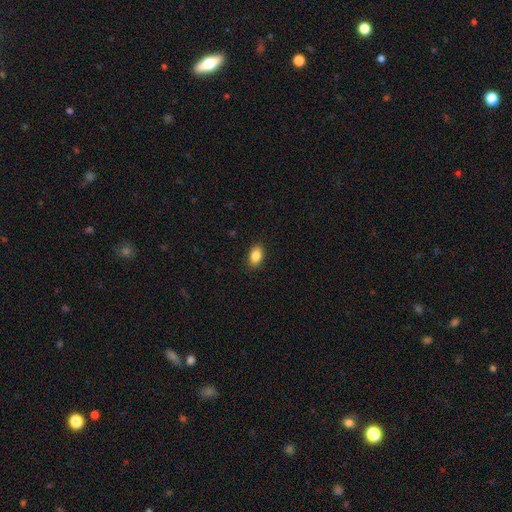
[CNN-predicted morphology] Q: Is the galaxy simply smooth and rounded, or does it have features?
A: smooth — 86%.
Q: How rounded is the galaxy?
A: in between — 85%.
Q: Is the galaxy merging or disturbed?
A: none — 88%.